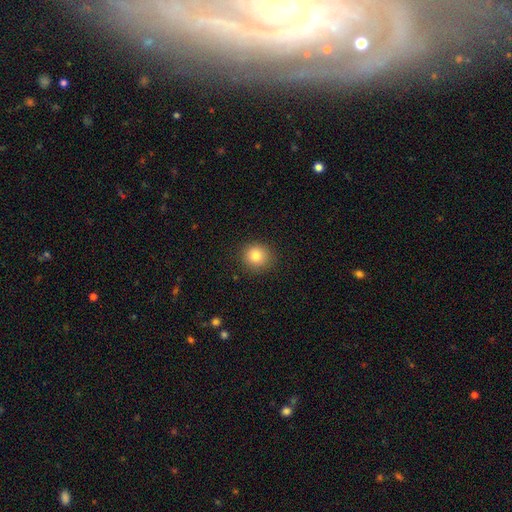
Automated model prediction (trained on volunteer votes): A smooth galaxy with no disk features (82%) that is round (92%). Merging: none (90%).